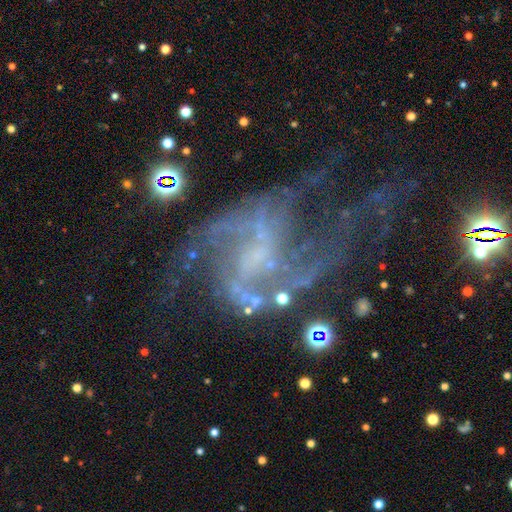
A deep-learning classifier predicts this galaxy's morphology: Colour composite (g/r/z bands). It shows a featured or disk galaxy (84%) with a weak bar (41%), 2 (65%) loose (48%) spiral arms (92%) and no central bulge (52%). Merging: none (41%).